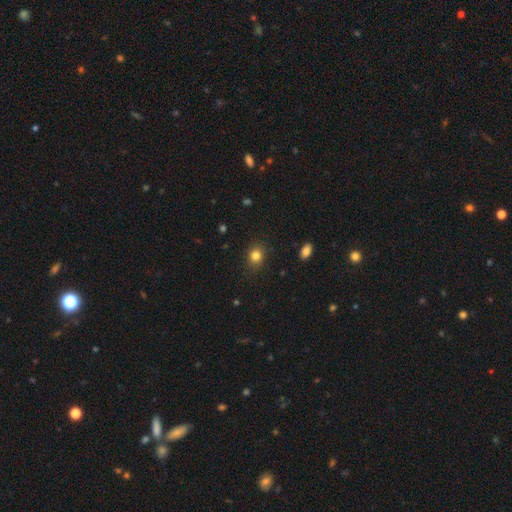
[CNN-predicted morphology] Smooth or featured? Predicted: smooth (p=0.82). How rounded? Predicted: round (p=0.60). Merging? Predicted: none (p=0.86).